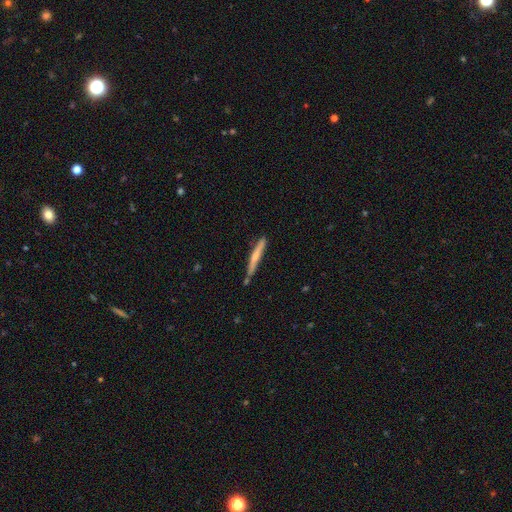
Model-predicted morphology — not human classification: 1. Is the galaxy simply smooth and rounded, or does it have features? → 56% smooth, 39% featured or disk, 6% star or artifact.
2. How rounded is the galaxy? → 96% cigar-shaped, 3% in between, 1% round.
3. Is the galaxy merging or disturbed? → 74% none, 17% minor disturbance, 6% merger, 3% major disturbance.